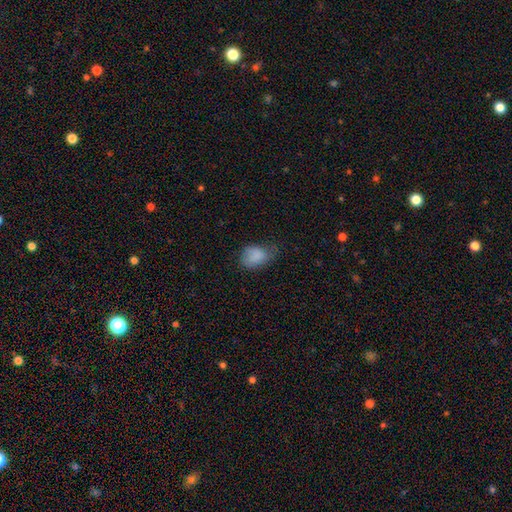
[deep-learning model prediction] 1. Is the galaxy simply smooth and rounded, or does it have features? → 82% smooth, 10% featured or disk, 8% star or artifact.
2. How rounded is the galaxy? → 75% in between, 24% round, 1% cigar-shaped.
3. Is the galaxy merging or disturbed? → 42% none, 40% minor disturbance, 16% major disturbance, 2% merger.